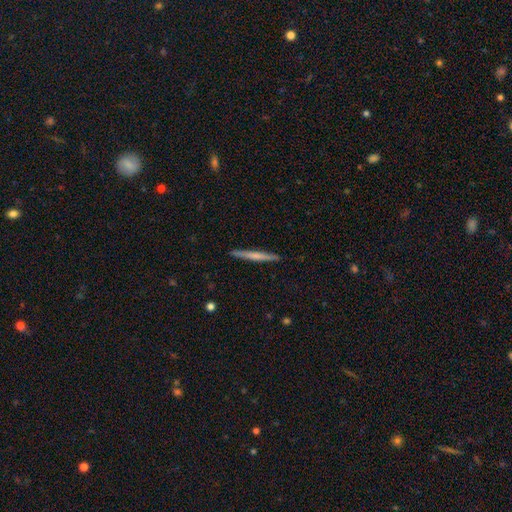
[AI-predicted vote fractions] This appears to be a smooth galaxy with no disk features (50%) that is cigar-shaped (96%). Merging: none (91%).